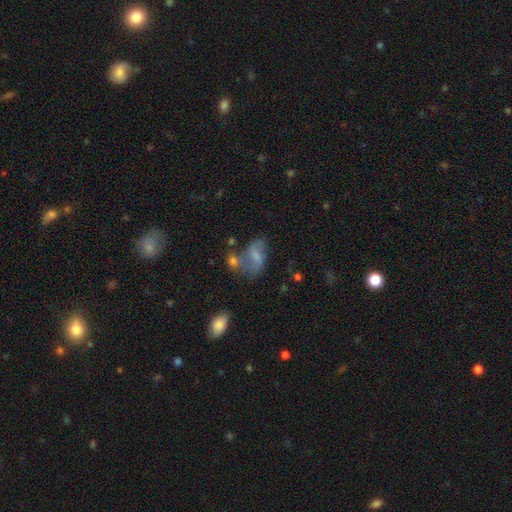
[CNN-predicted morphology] smooth_or_featured: featured or disk (p=0.45) [alt: smooth p=0.44]
merging: none (p=0.34) [alt: merger p=0.27]